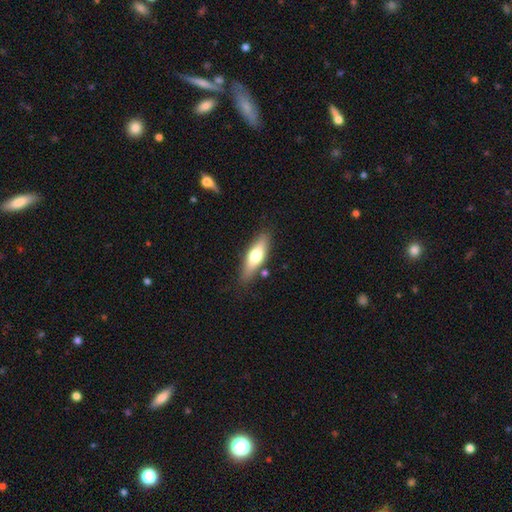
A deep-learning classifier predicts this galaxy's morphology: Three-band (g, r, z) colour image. It shows a smooth galaxy with no disk features (59%) that is cigar-shaped (49%). Merging: none (81%).